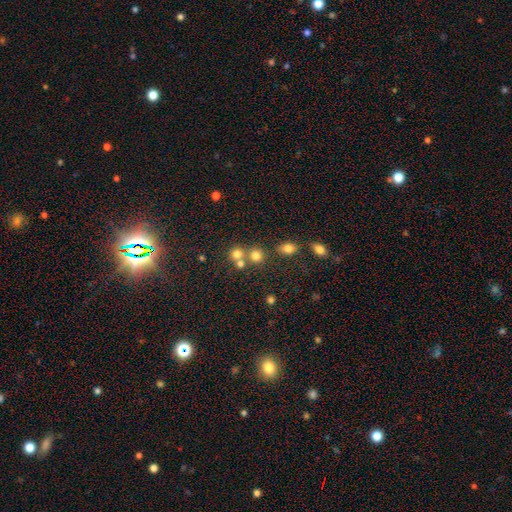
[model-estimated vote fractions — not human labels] A smooth galaxy with no disk features (72%) that is round (82%). Merging: none (55%).